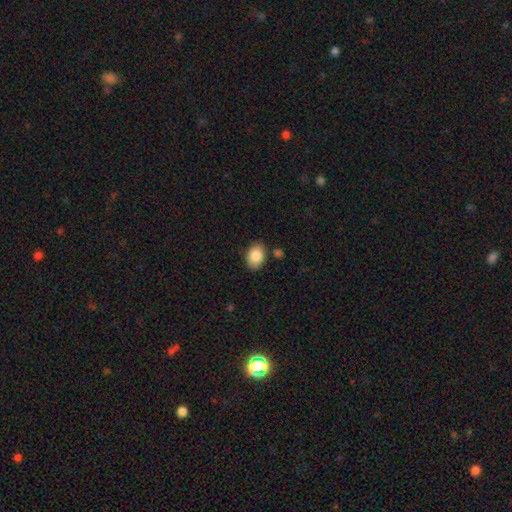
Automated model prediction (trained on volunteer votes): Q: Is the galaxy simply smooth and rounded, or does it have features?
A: smooth — 86%.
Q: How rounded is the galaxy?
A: in between — 80%.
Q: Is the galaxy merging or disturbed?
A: none — 83%.